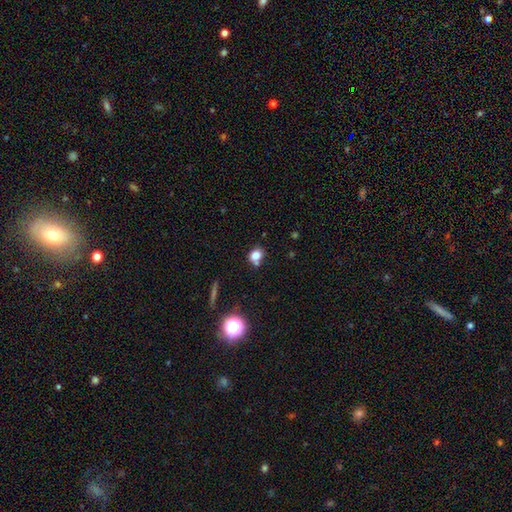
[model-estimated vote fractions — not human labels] This appears to be a smooth galaxy with no disk features (78%) that is round (59%). Merging: none (61%).